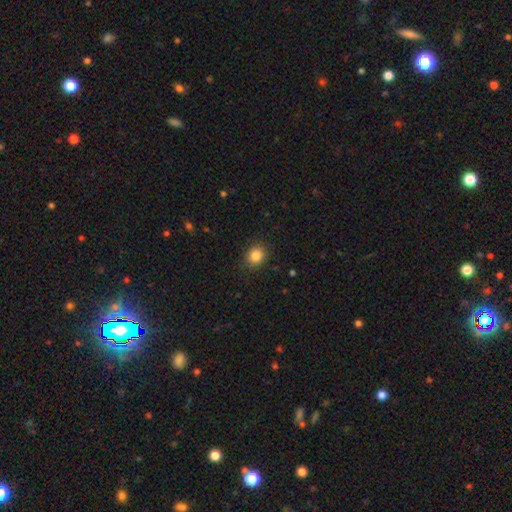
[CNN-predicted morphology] smooth_or_featured: smooth (p=0.85) [alt: star or artifact p=0.10]
how_rounded: round (p=0.72) [alt: in between p=0.27]
merging: none (p=0.88) [alt: minor disturbance p=0.09]